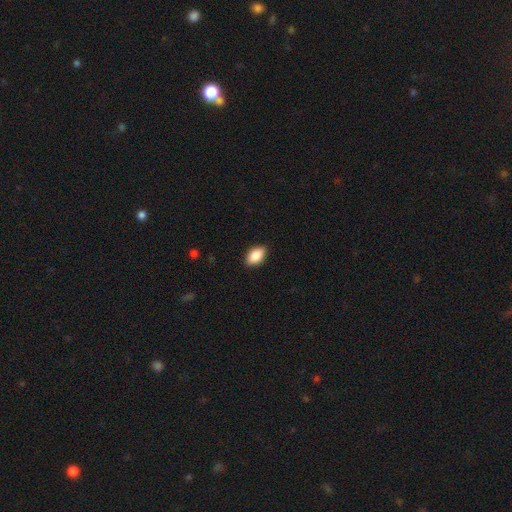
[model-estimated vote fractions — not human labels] The model was most divided on "merging": none: 88%, minor disturbance: 9%, major disturbance: 2%, merger: 1%. More confident: how rounded — in between (92%); smooth or featured — smooth (88%).